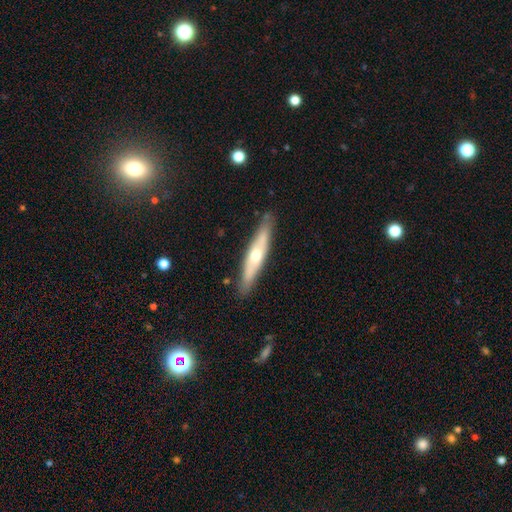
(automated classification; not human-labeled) Smooth or featured? featured or disk (55%)
Edge-on disk? yes (82%)
Merging? none (86%)